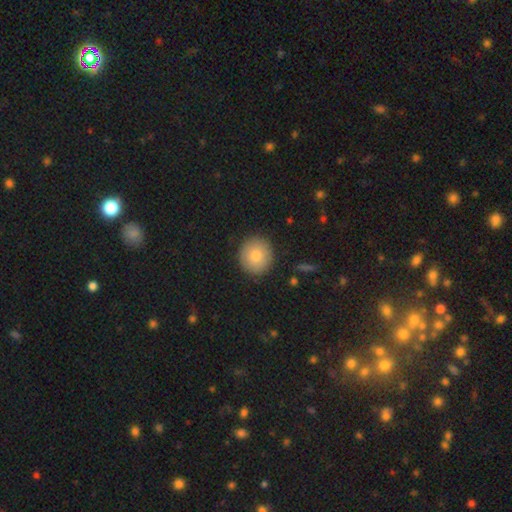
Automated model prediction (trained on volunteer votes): smooth-or-featured: smooth: 82% | featured or disk: 9% | star or artifact: 9%
  how-rounded: round: 91% | in between: 8% | cigar-shaped: 1%
  merging: none: 91% | minor disturbance: 6% | major disturbance: 2% | merger: 1%